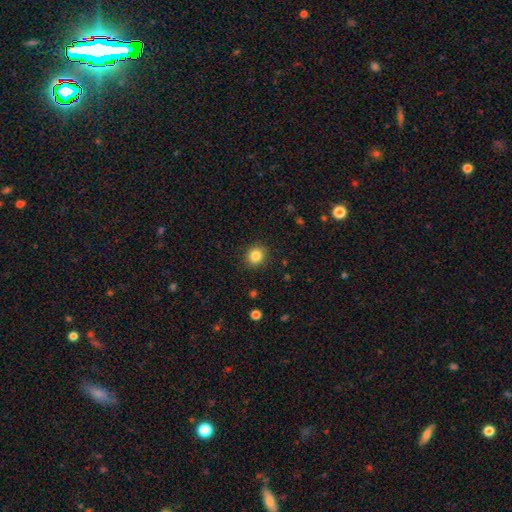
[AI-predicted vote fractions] Q: Smooth or featured?
A: smooth (84%); runner-up: star or artifact (11%)
Q: How rounded?
A: round (87%); runner-up: in between (12%)
Q: Merging?
A: none (91%); runner-up: minor disturbance (6%)